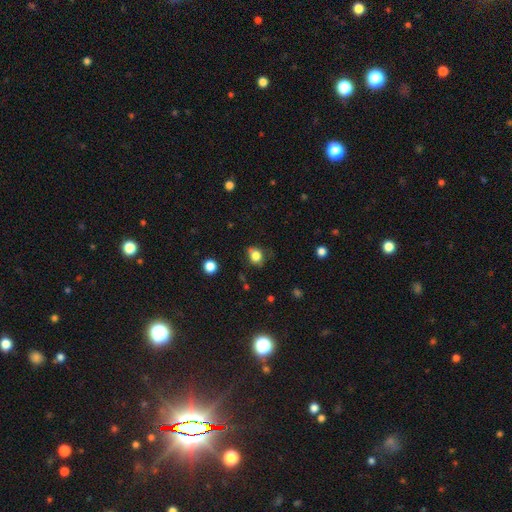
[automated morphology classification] Smooth or featured: smooth — 79% (star or artifact — 12%)
How rounded: round — 59% (in between — 39%)
Merging: none — 64% (minor disturbance — 25%)